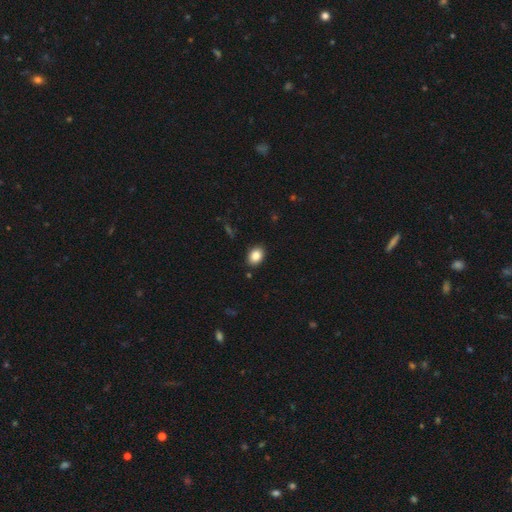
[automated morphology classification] smooth_or_featured: smooth (p=0.87) [alt: star or artifact p=0.09]
how_rounded: in between (p=0.69) [alt: round p=0.30]
merging: none (p=0.89) [alt: minor disturbance p=0.08]